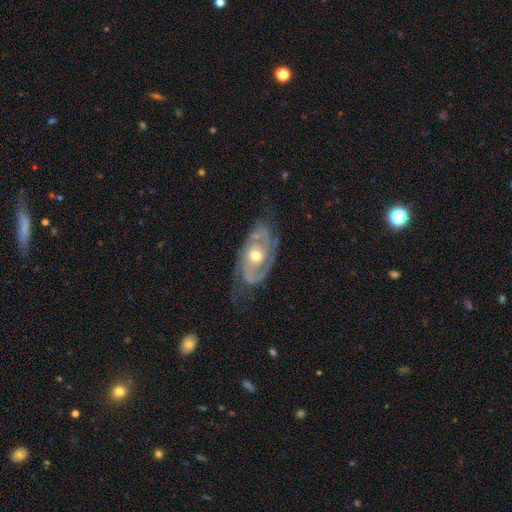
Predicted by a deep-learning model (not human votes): The model was most divided on "spiral winding": tight: 50%, medium: 37%, loose: 13%. More confident: edge-on disk — no (95%); spiral arms — yes (93%); smooth or featured — featured or disk (86%); bar — no (72%); bulge size — moderate (71%); merging — none (63%); spiral arm count — 2 (62%).